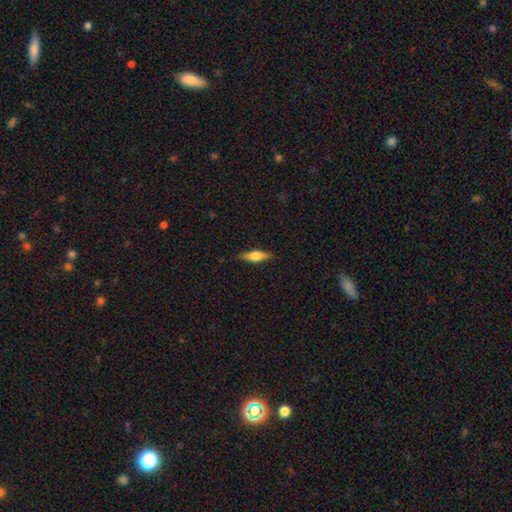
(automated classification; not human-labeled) Q: Smooth or featured?
A: featured or disk (47%); runner-up: smooth (46%)
Q: Merging?
A: none (86%); runner-up: minor disturbance (11%)